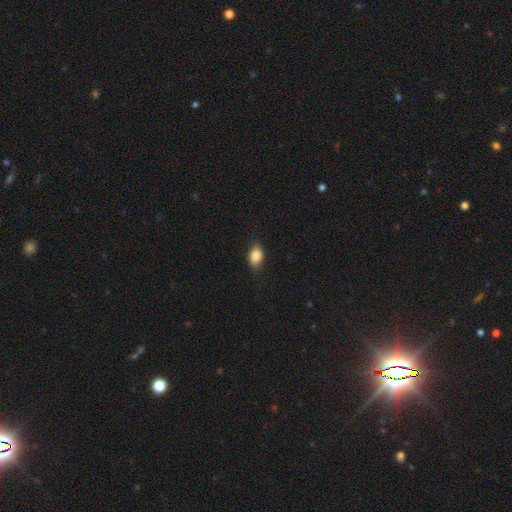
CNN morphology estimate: Smooth or featured?
  - smooth: 87% *
  - star or artifact: 7%
  - featured or disk: 5%
How rounded?
  - in between: 84% *
  - round: 14%
  - cigar-shaped: 2%
Merging?
  - none: 81% *
  - minor disturbance: 15%
  - major disturbance: 3%
  - merger: 1%